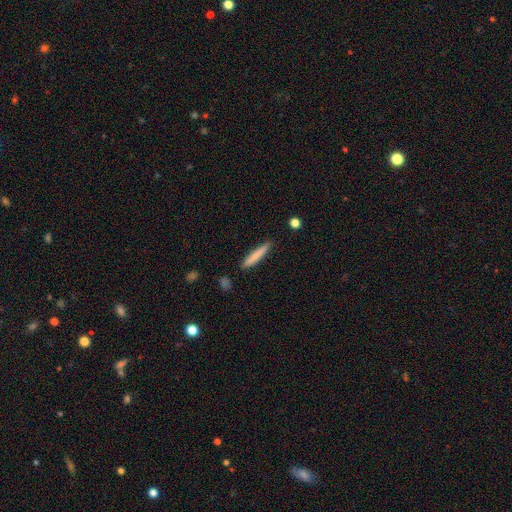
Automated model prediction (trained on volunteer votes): This is likely a smooth galaxy (78%). How rounded: clearly cigar-shaped (94%). Merging: clearly none (88%).